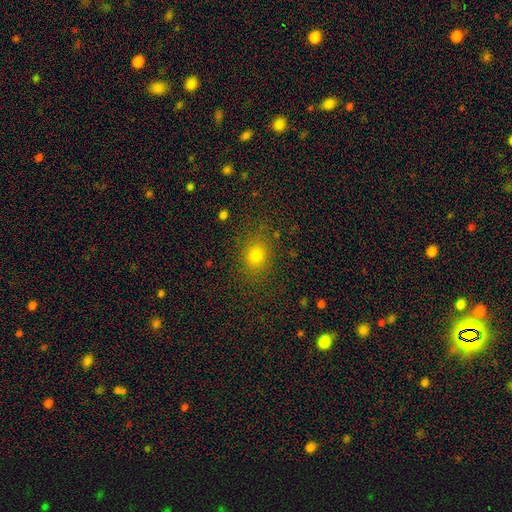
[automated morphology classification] A smooth galaxy with no disk features (77%) that is round (53%).

Vote fractions:
- Smooth or featured? smooth: 77% / star or artifact: 15% / featured or disk: 8%
- How rounded? round: 53% / in between: 46% / cigar-shaped: 1%
- Merging? none: 81% / minor disturbance: 12% / major disturbance: 5% / merger: 2%